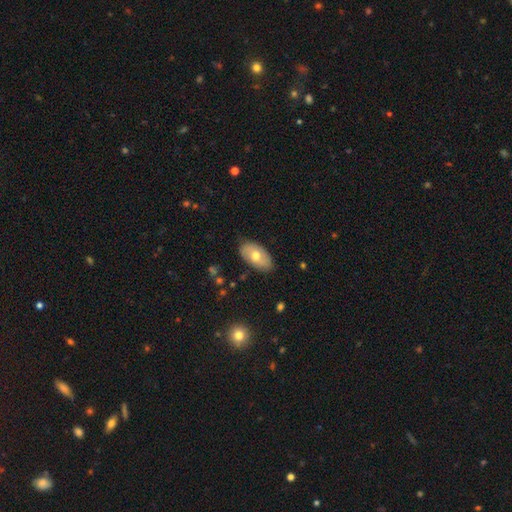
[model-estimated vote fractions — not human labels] This is likely a smooth galaxy (63%). How rounded: clearly in between (94%). Merging: clearly none (82%).